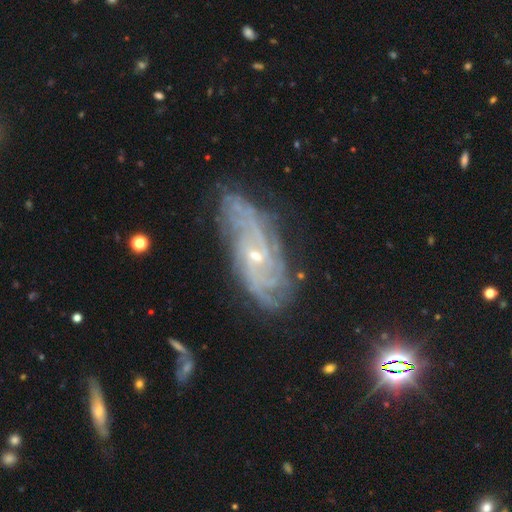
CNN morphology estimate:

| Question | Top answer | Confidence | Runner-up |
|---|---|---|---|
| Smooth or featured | featured or disk | 85% | star or artifact (8%) |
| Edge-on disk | no | 90% | yes (10%) |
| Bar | no | 63% | weak (30%) |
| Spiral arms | yes | 95% | no (5%) |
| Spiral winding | tight | 56% | medium (33%) |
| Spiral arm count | can't tell | 38% | 4 (17%) |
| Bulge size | small | 73% | moderate (23%) |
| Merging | none | 73% | minor disturbance (19%) |